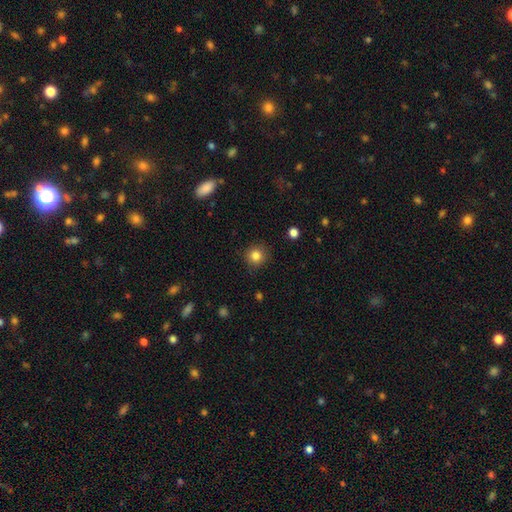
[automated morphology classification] The model was most divided on "smooth or featured": smooth: 83%, star or artifact: 11%, featured or disk: 6%. More confident: how rounded — round (91%); merging — none (87%).